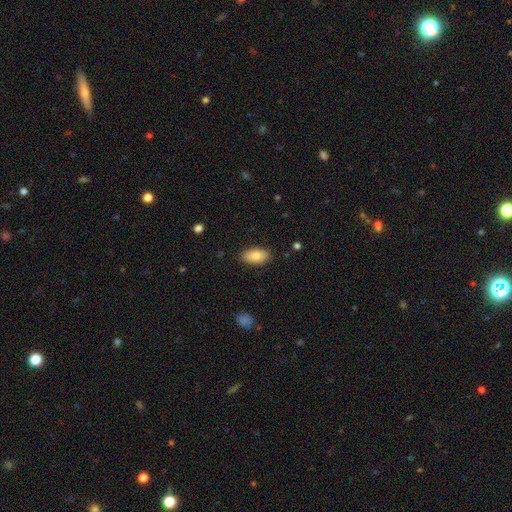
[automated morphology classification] smooth 81%, featured or disk 12%, star or artifact 7%. Down the decision tree: how rounded — in between (92%); merging — none (87%).